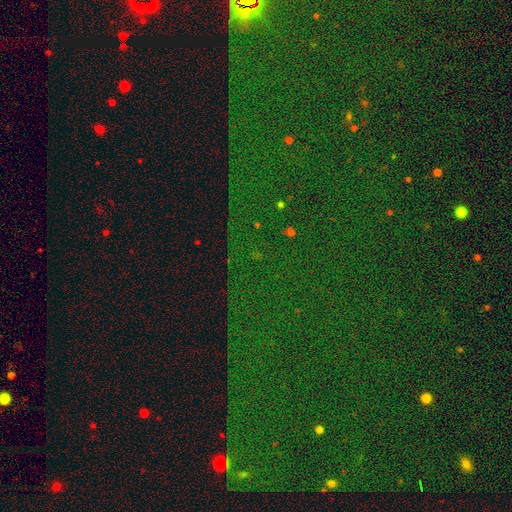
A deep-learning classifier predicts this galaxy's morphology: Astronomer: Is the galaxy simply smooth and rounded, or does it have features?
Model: star or artifact — 83%.